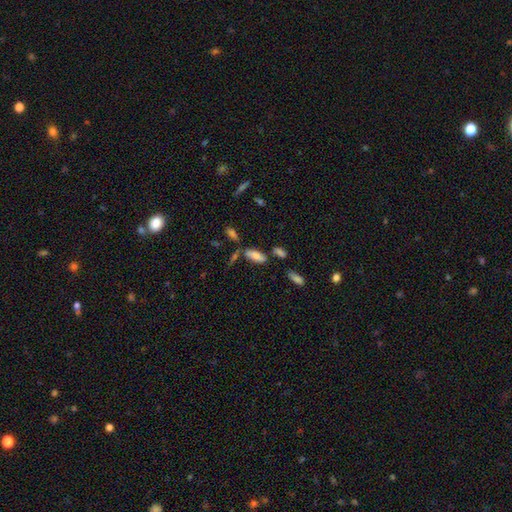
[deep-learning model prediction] smooth 72%, featured or disk 18%, star or artifact 11%. Down the decision tree: how rounded — in between (74%); merging — none (56%).